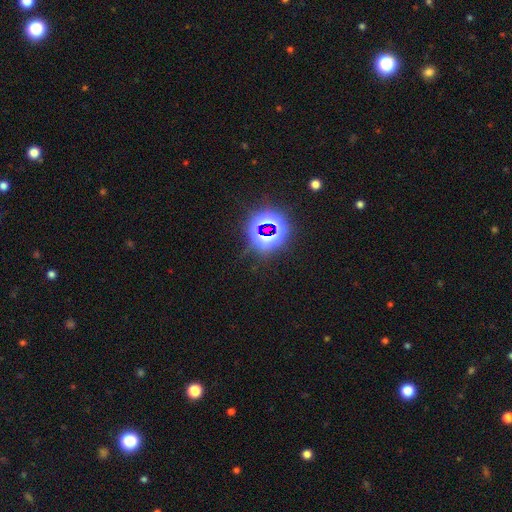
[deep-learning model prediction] Overall: star or artifact (82%).